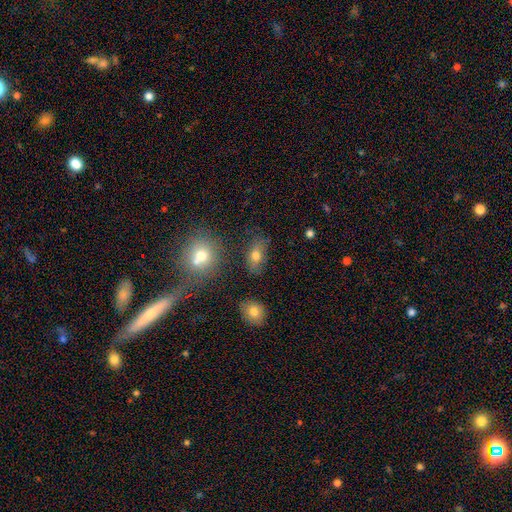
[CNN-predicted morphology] A smooth galaxy with no disk features (73%) that is in between round and cigar-shaped (80%).

Vote fractions:
- Smooth or featured? smooth: 73% / featured or disk: 15% / star or artifact: 12%
- How rounded? in between: 80% / round: 14% / cigar-shaped: 6%
- Merging? none: 73% / minor disturbance: 15% / merger: 7% / major disturbance: 5%